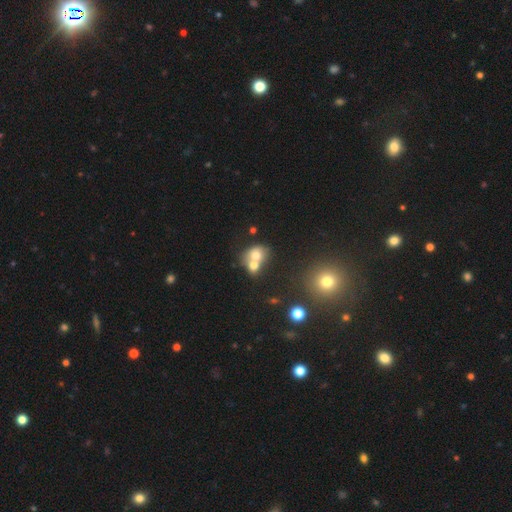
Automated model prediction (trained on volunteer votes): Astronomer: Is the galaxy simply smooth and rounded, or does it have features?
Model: smooth — 68%.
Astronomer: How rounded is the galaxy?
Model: round — 53% (runner-up: in between, 46%).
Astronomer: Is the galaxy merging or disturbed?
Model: merger — 68%.